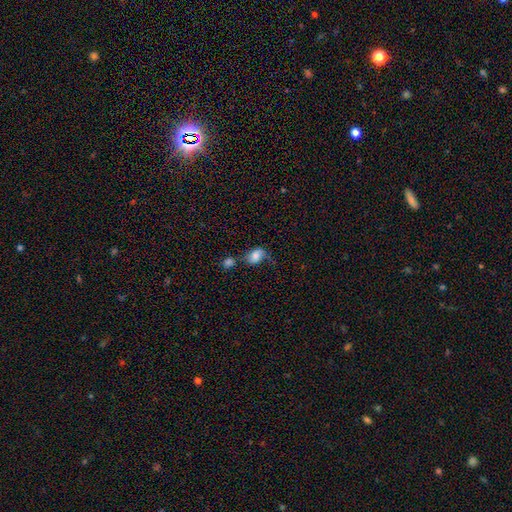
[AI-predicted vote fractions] smooth 67%, featured or disk 23%, star or artifact 10%. Down the decision tree: how rounded — in between (77%); merging — none (31%).